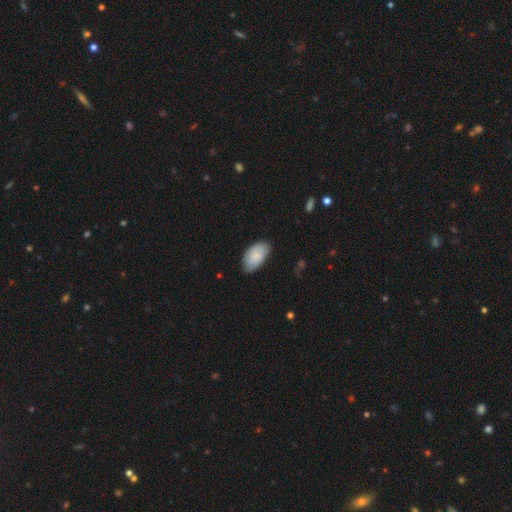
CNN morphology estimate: Smooth or featured? smooth (74%)
How rounded? in between (95%)
Merging? none (76%)